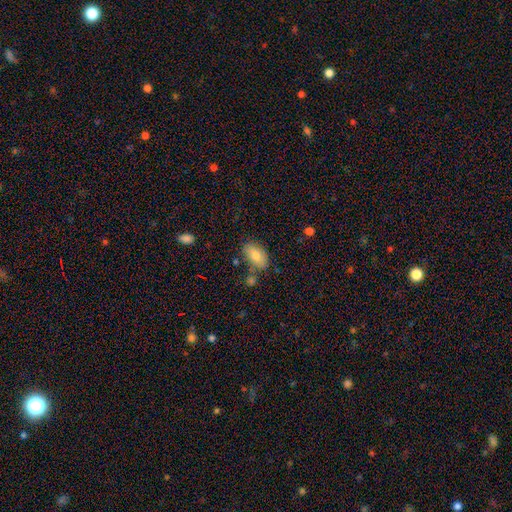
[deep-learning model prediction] smooth-or-featured: smooth: 80% | featured or disk: 13% | star or artifact: 7%
  how-rounded: in between: 93% | round: 4% | cigar-shaped: 3%
  merging: none: 71% | minor disturbance: 16% | merger: 8% | major disturbance: 4%